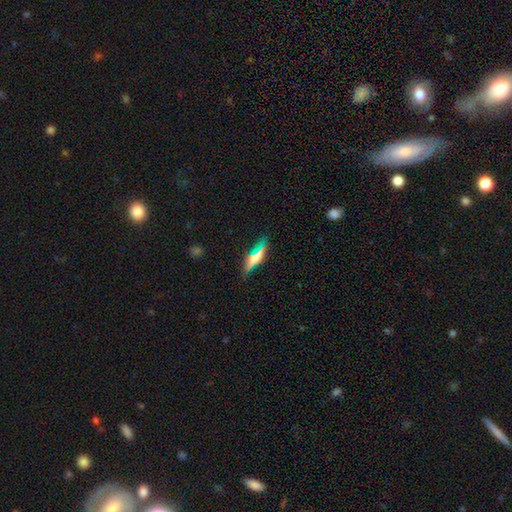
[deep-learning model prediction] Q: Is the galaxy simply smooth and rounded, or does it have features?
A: smooth — 49%.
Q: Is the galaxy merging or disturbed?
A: none — 77%.